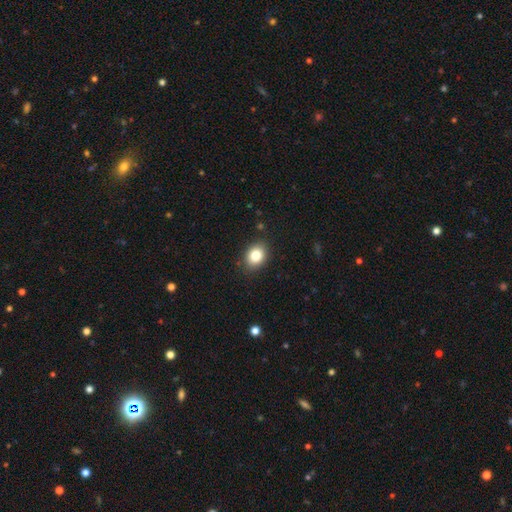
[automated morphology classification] type=smooth (83%); roundness=in between (57%); merging=none (86%).